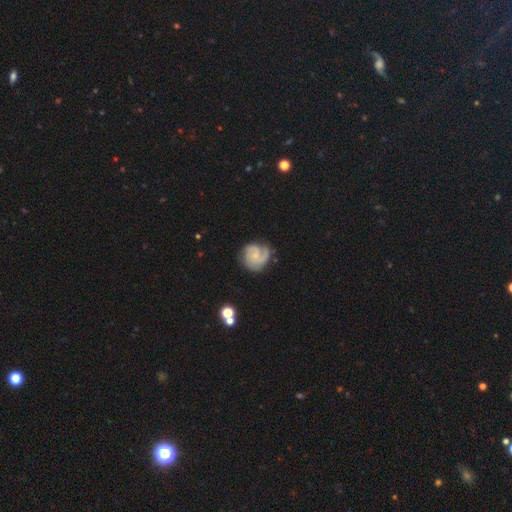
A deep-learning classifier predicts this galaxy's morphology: The model was most divided on "spiral arm count": 2: 44%, 3: 27%, can't tell: 13%, 1: 10%, 4: 4%, more than 4: 3%. More confident: edge-on disk — no (98%); spiral arms — yes (96%); smooth or featured — featured or disk (80%); bar — no (70%); merging — none (69%); bulge size — small (69%); spiral winding — tight (54%).